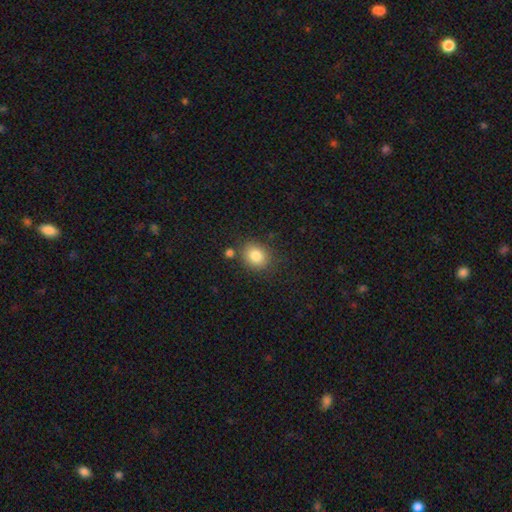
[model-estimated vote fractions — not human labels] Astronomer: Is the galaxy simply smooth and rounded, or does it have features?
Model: smooth — 83%.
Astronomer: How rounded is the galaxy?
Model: round — 64%.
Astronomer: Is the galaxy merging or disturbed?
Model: none — 78%.